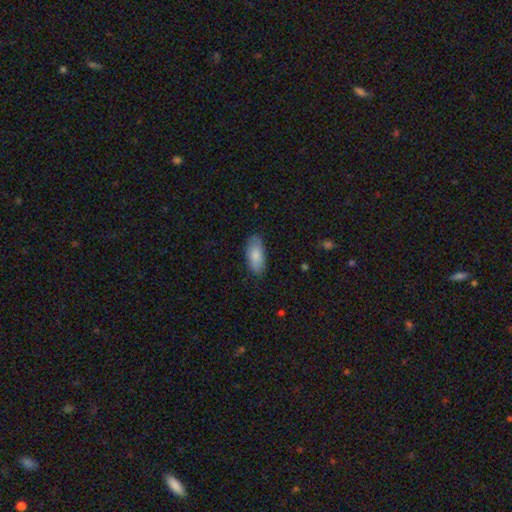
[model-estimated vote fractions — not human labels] smooth_or_featured: smooth (p=0.83) [alt: featured or disk p=0.12]
how_rounded: in between (p=0.88) [alt: cigar-shaped p=0.09]
merging: none (p=0.82) [alt: minor disturbance p=0.14]